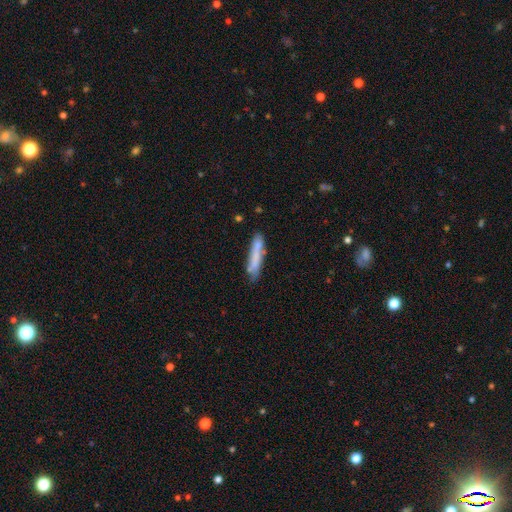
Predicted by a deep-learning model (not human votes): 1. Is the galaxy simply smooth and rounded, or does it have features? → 69% smooth, 24% featured or disk, 7% star or artifact.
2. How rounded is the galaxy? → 90% cigar-shaped, 9% in between, 1% round.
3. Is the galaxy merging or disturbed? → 72% none, 18% minor disturbance, 6% merger, 5% major disturbance.